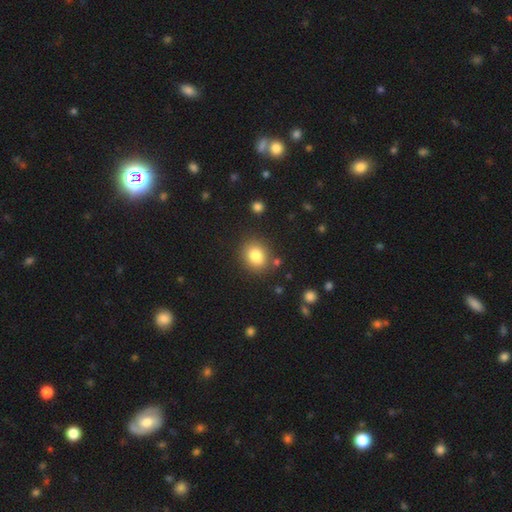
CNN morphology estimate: smooth 82%, star or artifact 10%, featured or disk 7%. Down the decision tree: how rounded — round (59%); merging — none (82%).